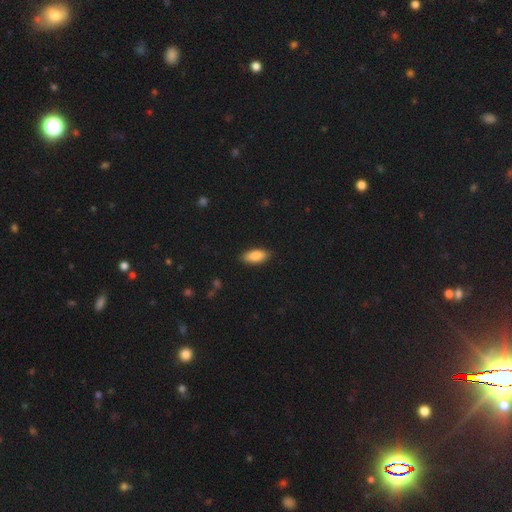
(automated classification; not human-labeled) Smooth or featured? smooth (87%)
How rounded? in between (84%)
Merging? none (87%)